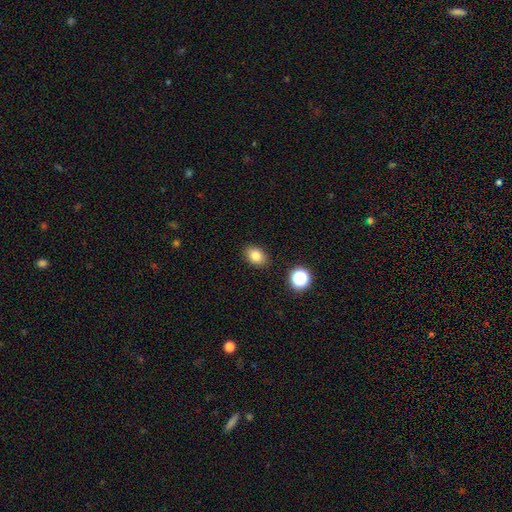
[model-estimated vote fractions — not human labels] Q: Smooth or featured?
A: smooth (82%); runner-up: star or artifact (11%)
Q: How rounded?
A: in between (71%); runner-up: round (28%)
Q: Merging?
A: none (87%); runner-up: minor disturbance (9%)